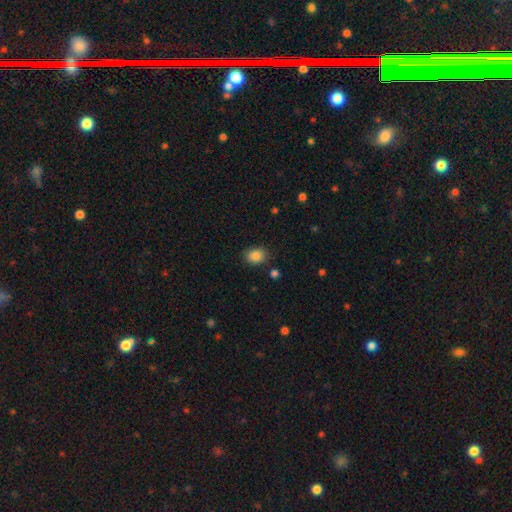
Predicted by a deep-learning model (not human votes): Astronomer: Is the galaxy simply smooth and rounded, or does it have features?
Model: smooth — 86%.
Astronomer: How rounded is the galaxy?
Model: in between — 59% (runner-up: round, 40%).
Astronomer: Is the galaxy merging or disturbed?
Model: none — 84%.